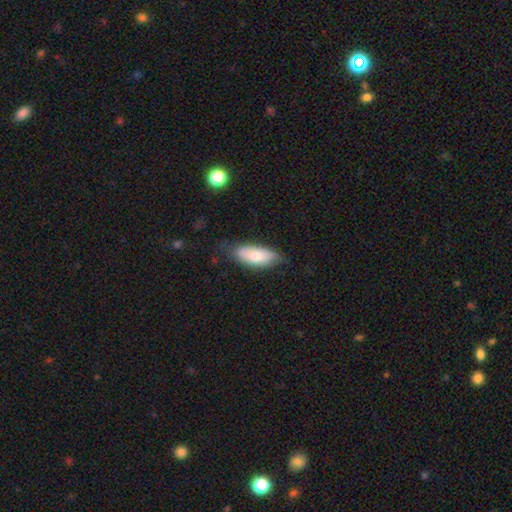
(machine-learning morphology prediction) This appears to be a smooth galaxy with no disk features (75%) that is in between round and cigar-shaped (85%). Merging: none (65%).